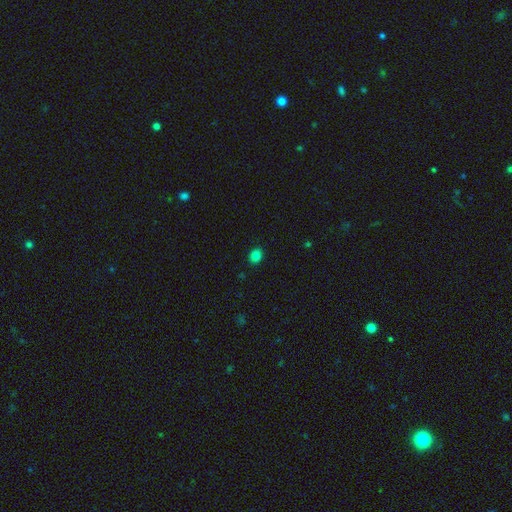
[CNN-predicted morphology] smooth 83%, star or artifact 12%, featured or disk 4%. Down the decision tree: how rounded — round (51%); merging — none (90%).